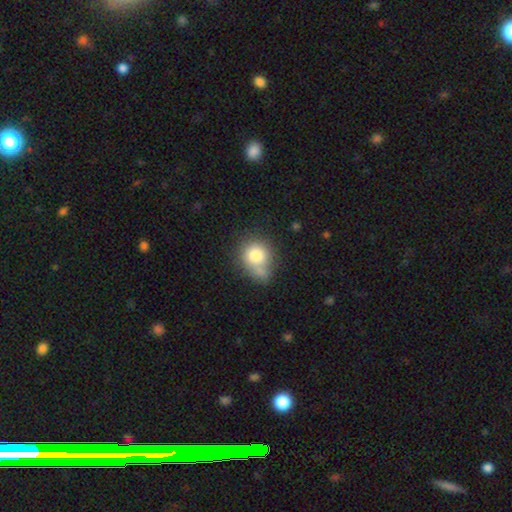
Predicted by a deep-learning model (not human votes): Morphology: type=smooth (79%); roundness=round (73%); merging=none (42%).